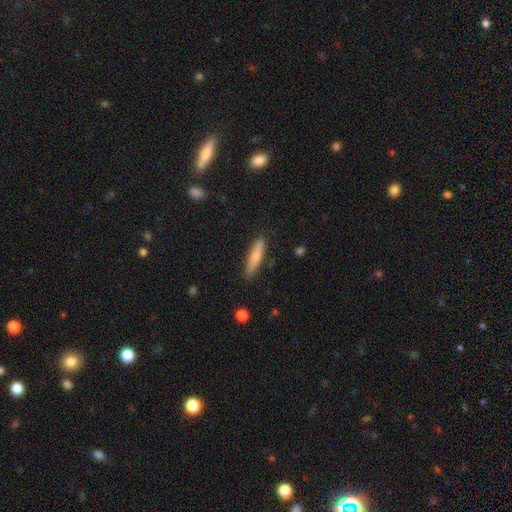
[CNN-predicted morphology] smooth 74%, featured or disk 20%, star or artifact 6%. Down the decision tree: how rounded — cigar-shaped (82%); merging — none (85%).